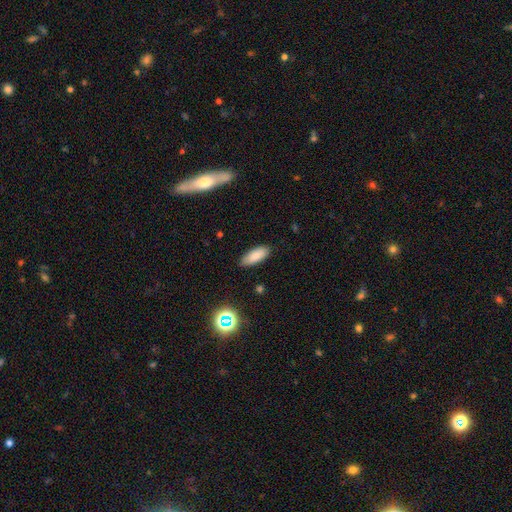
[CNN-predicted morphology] This is clearly a smooth galaxy (86%). How rounded: likely in between (78%). Merging: clearly none (86%).